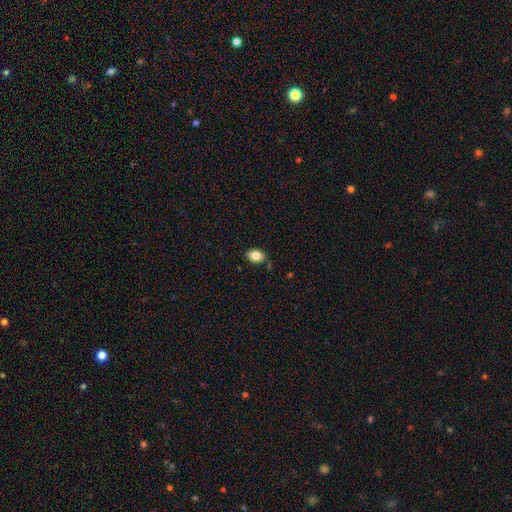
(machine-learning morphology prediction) Q: Smooth or featured?
A: smooth (83%); runner-up: star or artifact (9%)
Q: How rounded?
A: in between (78%); runner-up: round (21%)
Q: Merging?
A: none (83%); runner-up: minor disturbance (13%)